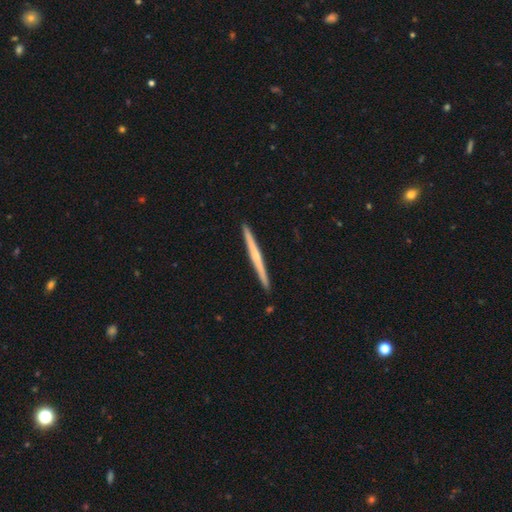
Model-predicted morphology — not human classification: type=featured or disk (64%); edge-on=yes (98%); edge-on bulge=none (49%); merging=none (93%).